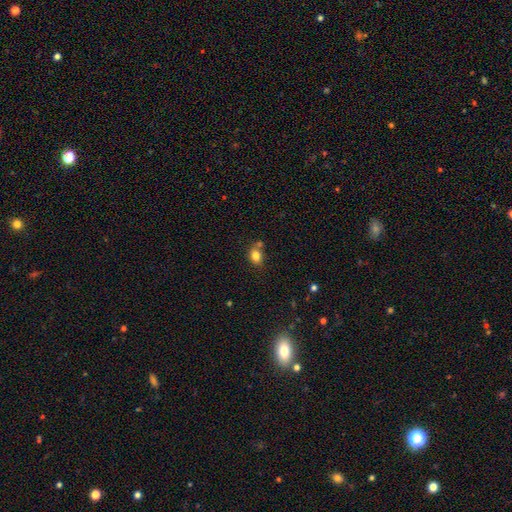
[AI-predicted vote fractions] Overall: smooth (81%). How rounded: in between (50%; round 49%). Merging: none (57%; merger 22%).